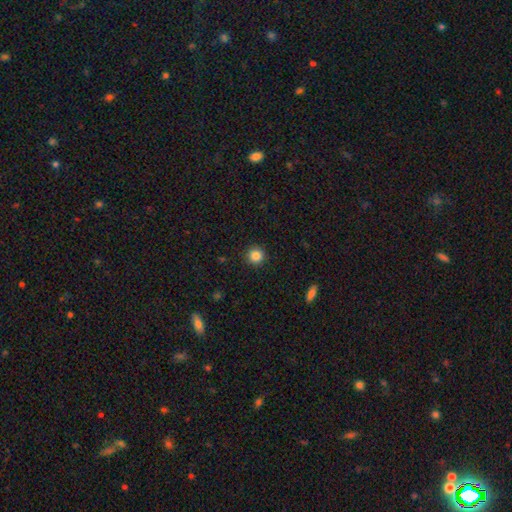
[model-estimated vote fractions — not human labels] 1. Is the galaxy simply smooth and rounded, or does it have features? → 85% smooth, 11% star or artifact, 4% featured or disk.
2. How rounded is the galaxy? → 95% round, 4% in between, 1% cigar-shaped.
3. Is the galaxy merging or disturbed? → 92% none, 5% minor disturbance, 2% major disturbance, 1% merger.